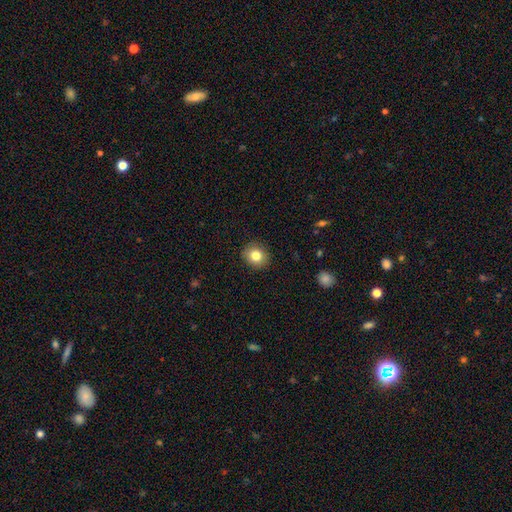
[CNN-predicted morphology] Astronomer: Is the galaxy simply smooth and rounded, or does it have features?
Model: smooth — 82%.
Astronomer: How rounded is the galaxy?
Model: round — 74%.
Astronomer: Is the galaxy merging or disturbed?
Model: none — 90%.